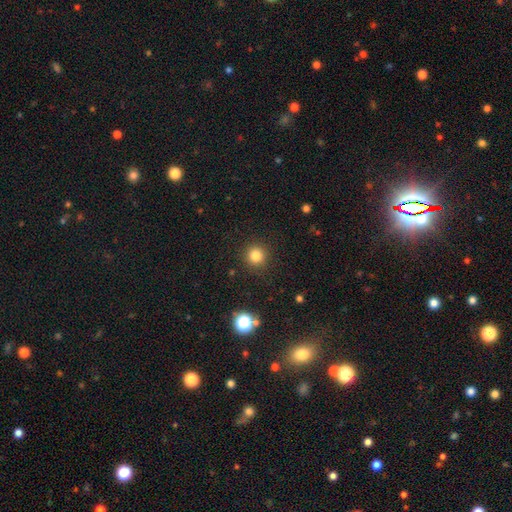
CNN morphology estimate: A smooth galaxy with no disk features (82%) that is round (94%).

Vote fractions:
- Smooth or featured? smooth: 82% / star or artifact: 13% / featured or disk: 5%
- How rounded? round: 94% / in between: 5% / cigar-shaped: 1%
- Merging? none: 91% / minor disturbance: 5% / major disturbance: 2% / merger: 1%